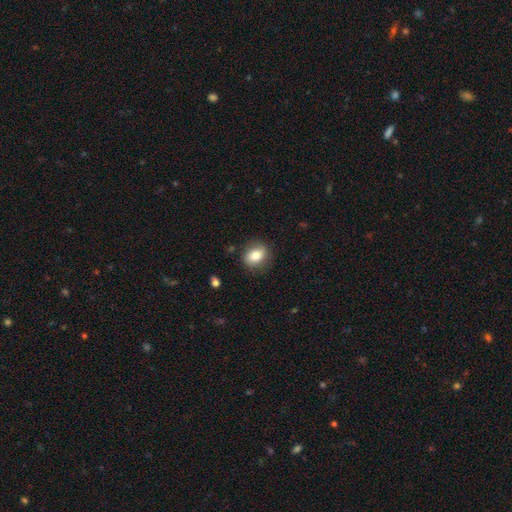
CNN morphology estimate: type=smooth (77%); roundness=round (54%); merging=none (82%).